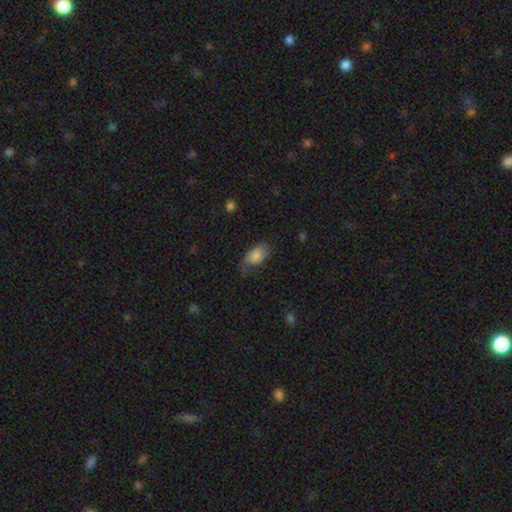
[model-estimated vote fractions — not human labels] This appears to be a smooth galaxy with no disk features (68%) that is in between round and cigar-shaped (91%). Merging: none (44%).